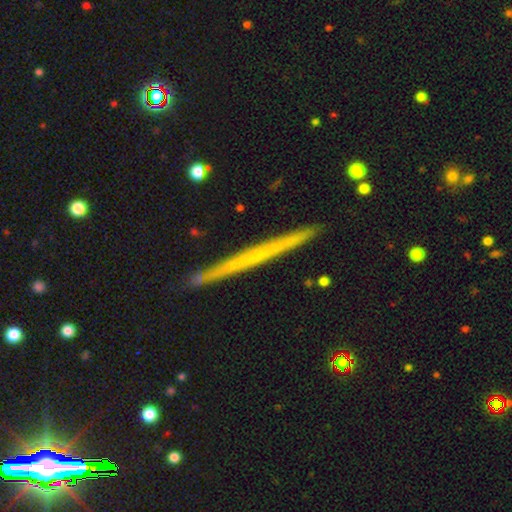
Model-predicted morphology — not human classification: This appears to be a featured or disk galaxy (57%) viewed edge-on (98%) with no central bulge (91%). Merging: none (91%).